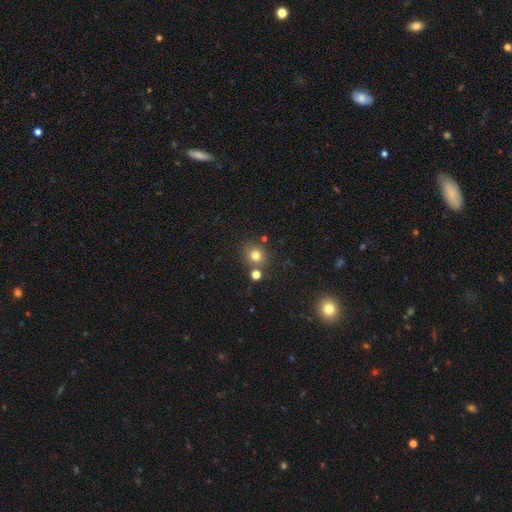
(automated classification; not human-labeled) A smooth galaxy with no disk features (77%) that is round (85%).

Vote fractions:
- Smooth or featured? smooth: 77% / star or artifact: 15% / featured or disk: 8%
- How rounded? round: 85% / in between: 14% / cigar-shaped: 1%
- Merging? none: 73% / merger: 14% / minor disturbance: 9% / major disturbance: 3%